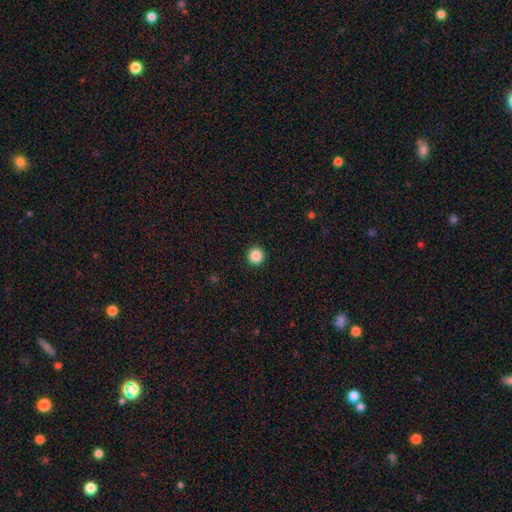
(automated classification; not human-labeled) smooth 87%, star or artifact 10%, featured or disk 3%. Down the decision tree: how rounded — round (96%); merging — none (94%).